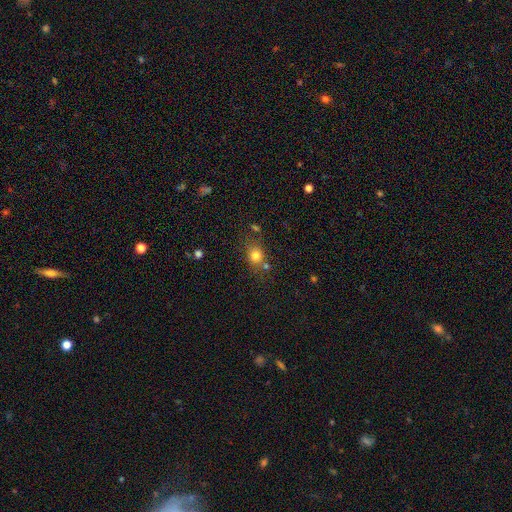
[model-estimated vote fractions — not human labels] Smooth or featured? Predicted: smooth (p=0.77). How rounded? Predicted: round (p=0.65). Merging? Predicted: none (p=0.67).